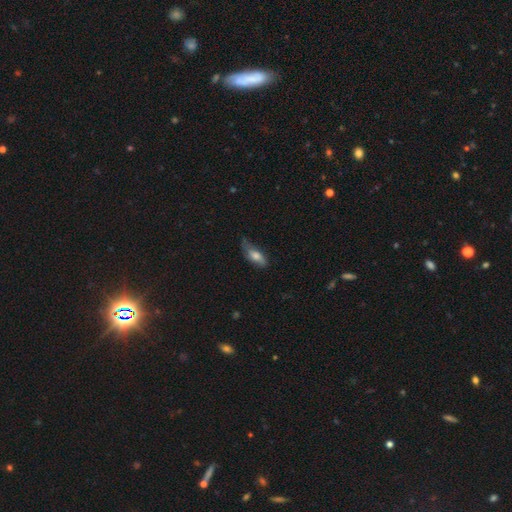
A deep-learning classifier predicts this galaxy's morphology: Q: Smooth or featured?
A: smooth (67%); runner-up: featured or disk (25%)
Q: How rounded?
A: in between (74%); runner-up: cigar-shaped (24%)
Q: Merging?
A: none (52%); runner-up: minor disturbance (36%)